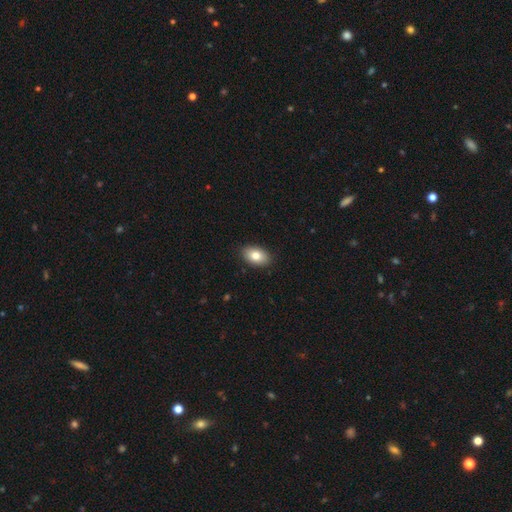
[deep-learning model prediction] A smooth galaxy with no disk features (81%) that is in between round and cigar-shaped (90%).

Vote fractions:
- Smooth or featured? smooth: 81% / featured or disk: 12% / star or artifact: 8%
- How rounded? in between: 90% / round: 8% / cigar-shaped: 1%
- Merging? none: 89% / minor disturbance: 8% / major disturbance: 2% / merger: 1%